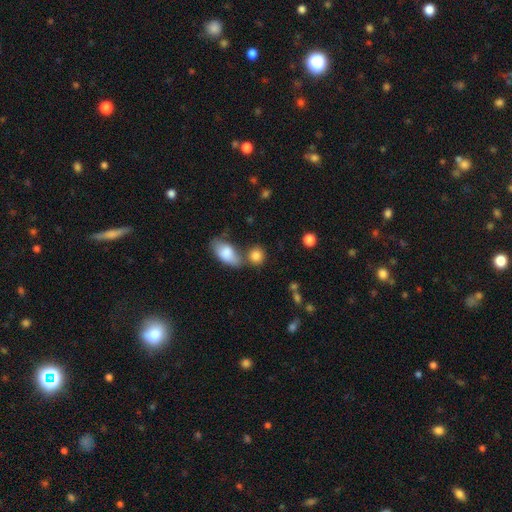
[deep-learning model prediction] A smooth galaxy with no disk features (84%) that is round (63%).

Vote fractions:
- Smooth or featured? smooth: 84% / star or artifact: 9% / featured or disk: 7%
- How rounded? round: 63% / in between: 34% / cigar-shaped: 3%
- Merging? none: 56% / merger: 27% / minor disturbance: 12% / major disturbance: 5%